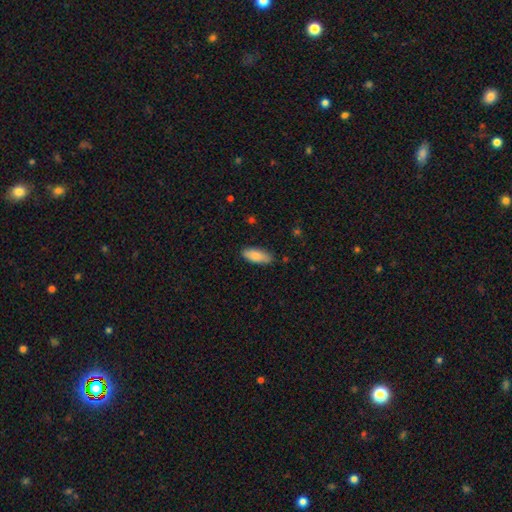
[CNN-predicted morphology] A smooth galaxy with no disk features (83%) that is in between round and cigar-shaped (77%).

Vote fractions:
- Smooth or featured? smooth: 83% / featured or disk: 11% / star or artifact: 6%
- How rounded? in between: 77% / cigar-shaped: 21% / round: 2%
- Merging? none: 84% / minor disturbance: 13% / major disturbance: 2% / merger: 1%